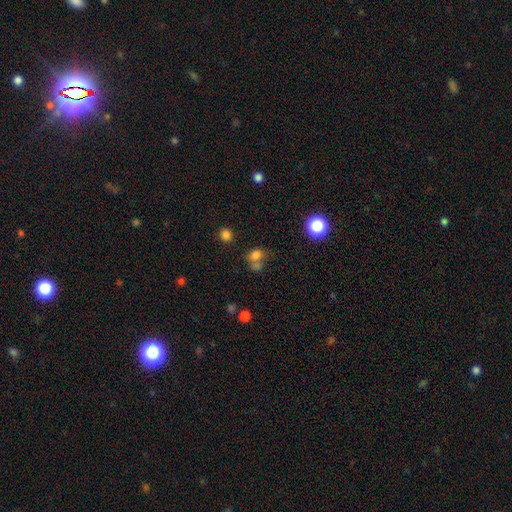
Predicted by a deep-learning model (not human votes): Smooth or featured? smooth (73%)
How rounded? round (58%)
Merging? merger (40%)